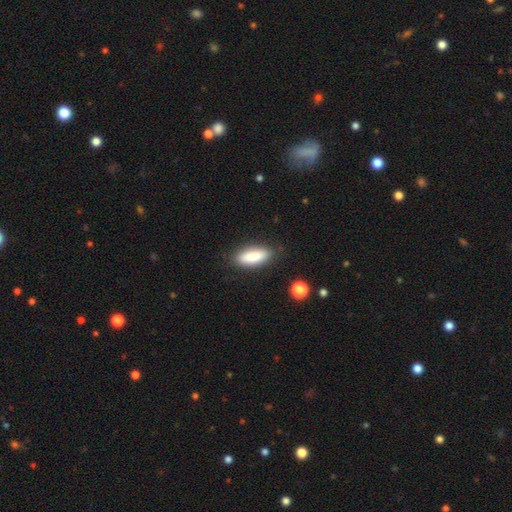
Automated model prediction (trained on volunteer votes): smooth 84%, featured or disk 9%, star or artifact 6%. Down the decision tree: how rounded — in between (66%); merging — none (85%).